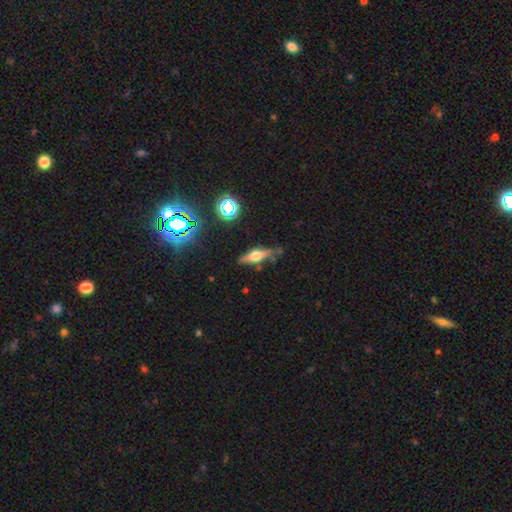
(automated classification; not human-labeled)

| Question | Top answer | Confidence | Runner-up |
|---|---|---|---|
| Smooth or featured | featured or disk | 57% | smooth (31%) |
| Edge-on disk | yes | 92% | no (8%) |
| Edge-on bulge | rounded | 90% | boxy (7%) |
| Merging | none | 75% | minor disturbance (16%) |